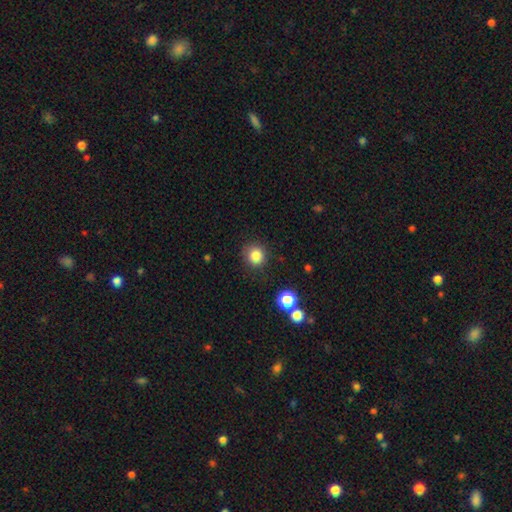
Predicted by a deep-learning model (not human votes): Q: Smooth or featured?
A: smooth (84%); runner-up: star or artifact (12%)
Q: How rounded?
A: round (89%); runner-up: in between (10%)
Q: Merging?
A: none (85%); runner-up: minor disturbance (10%)